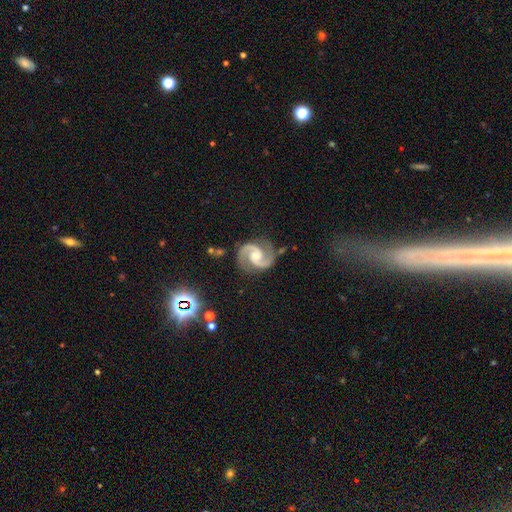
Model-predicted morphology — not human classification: A featured or disk galaxy (94%) with no bar (53%), 2 (95%) medium (66%) spiral arms (99%) and a moderate central bulge (55%). Merging: none (82%).